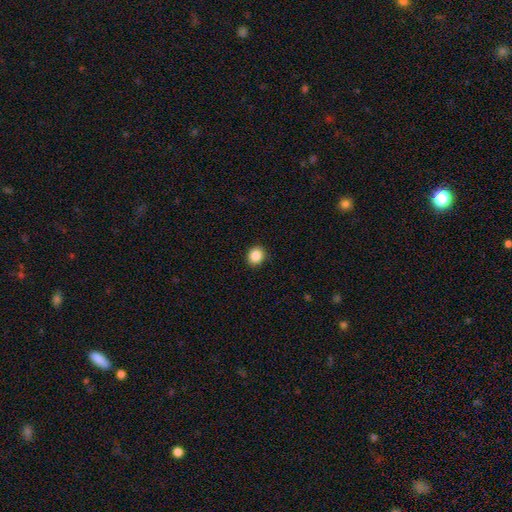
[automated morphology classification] Smooth or featured?
  - smooth: 87% *
  - star or artifact: 9%
  - featured or disk: 4%
How rounded?
  - round: 76% *
  - in between: 23%
  - cigar-shaped: 1%
Merging?
  - none: 91% *
  - minor disturbance: 6%
  - major disturbance: 2%
  - merger: 1%